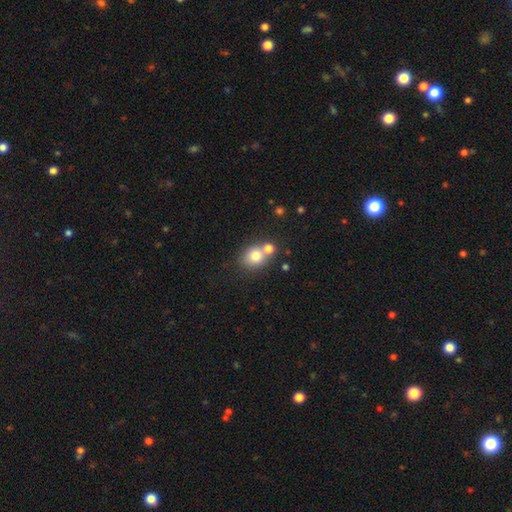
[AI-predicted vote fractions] A smooth galaxy with no disk features (76%) that is round (68%).

Vote fractions:
- Smooth or featured? smooth: 76% / featured or disk: 12% / star or artifact: 12%
- How rounded? round: 68% / in between: 31% / cigar-shaped: 1%
- Merging? none: 51% / merger: 37% / minor disturbance: 9% / major disturbance: 3%